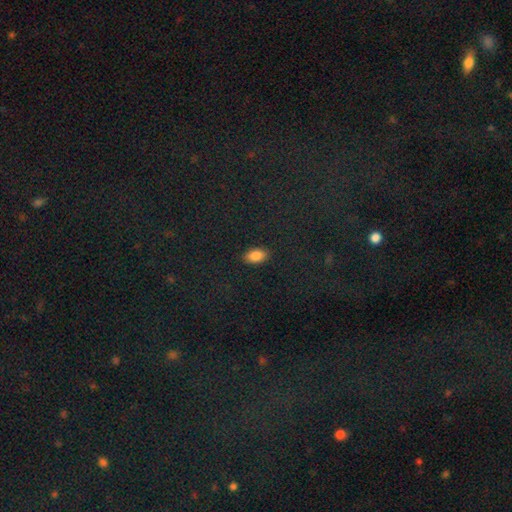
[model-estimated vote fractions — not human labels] smooth_or_featured: smooth (p=0.86) [alt: star or artifact p=0.09]
how_rounded: in between (p=0.92) [alt: round p=0.06]
merging: none (p=0.88) [alt: minor disturbance p=0.08]